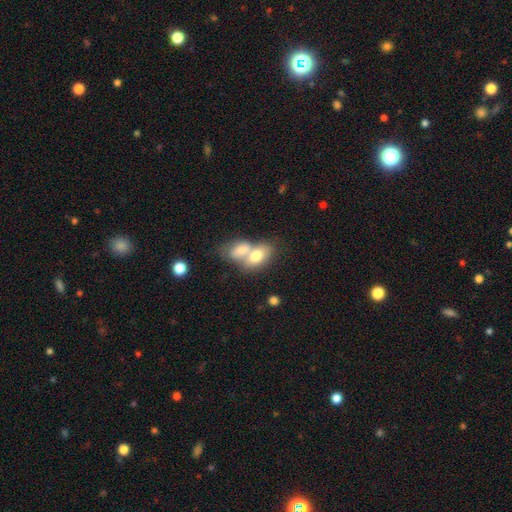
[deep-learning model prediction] Smooth or featured? Predicted: smooth (p=0.73). How rounded? Predicted: in between (p=0.84). Merging? Predicted: merger (p=0.72).